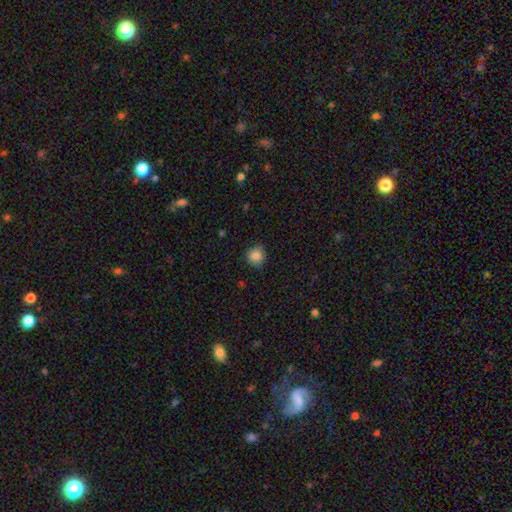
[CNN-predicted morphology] Overall: smooth (84%). How rounded: round (86%). Merging: none (82%).